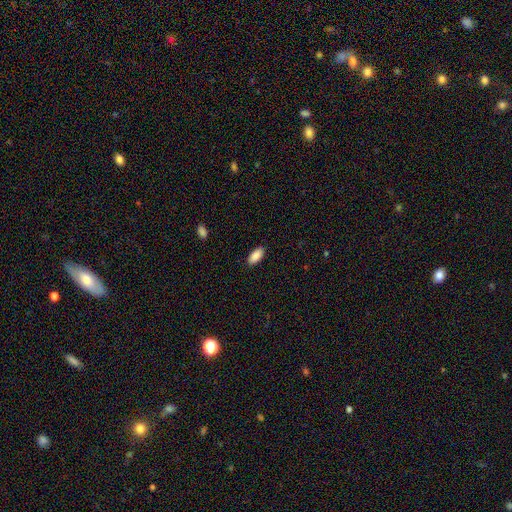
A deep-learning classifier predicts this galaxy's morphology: This appears to be a smooth galaxy with no disk features (90%) that is in between round and cigar-shaped (89%). Merging: none (89%).